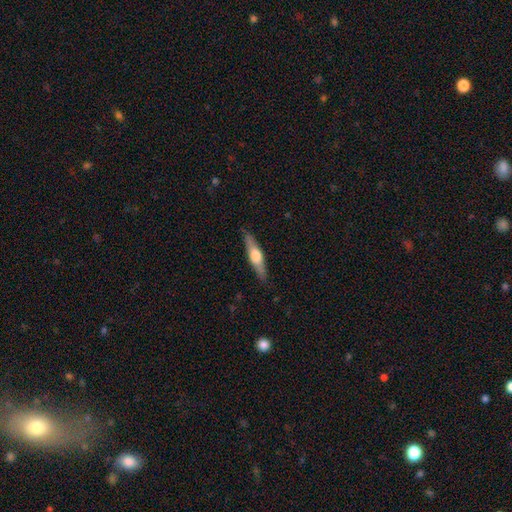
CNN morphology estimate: The model was most divided on "smooth or featured": featured or disk: 52%, smooth: 43%, star or artifact: 5%. More confident: edge-on disk — yes (94%); merging — none (88%).